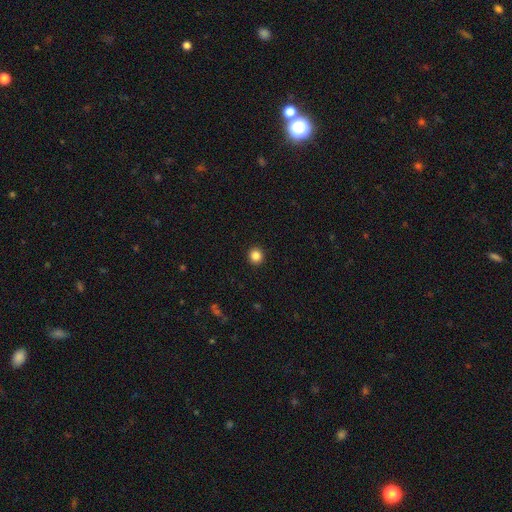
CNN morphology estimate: A smooth galaxy with no disk features (85%) that is round (93%).

Vote fractions:
- Smooth or featured? smooth: 85% / star or artifact: 11% / featured or disk: 4%
- How rounded? round: 93% / in between: 6% / cigar-shaped: 1%
- Merging? none: 93% / minor disturbance: 4% / major disturbance: 2% / merger: 1%